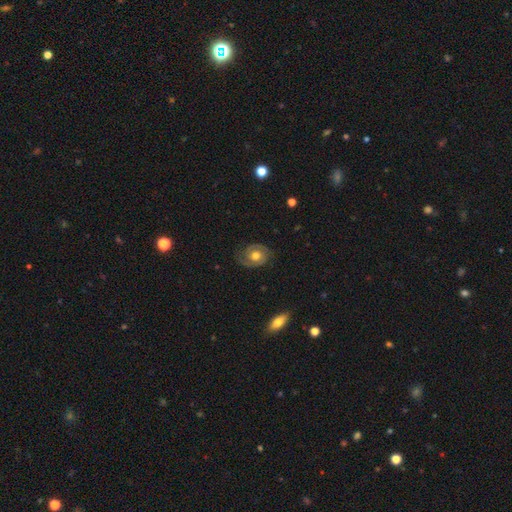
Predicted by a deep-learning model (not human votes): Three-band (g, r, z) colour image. It shows a featured or disk galaxy (71%) with no bar (75%), 2 (84%) tight (50%) spiral arms (86%) and a moderate central bulge (75%). Merging: none (78%).